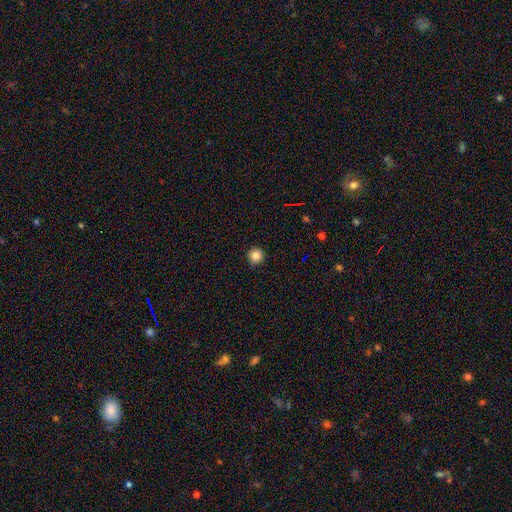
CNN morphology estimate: This is clearly a smooth galaxy (83%). How rounded: clearly round (95%). Merging: clearly none (91%).